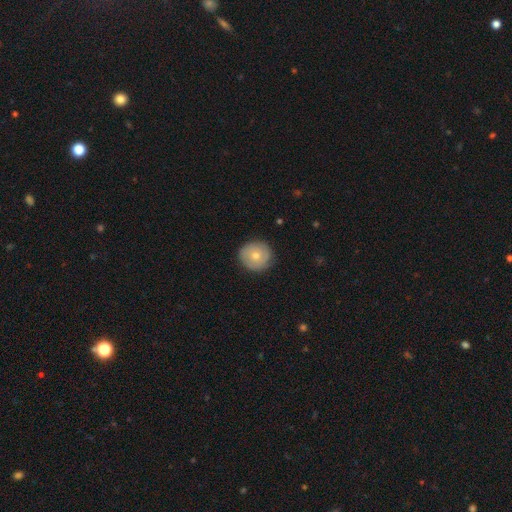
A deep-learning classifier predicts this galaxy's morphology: A smooth galaxy with no disk features (68%) that is round (92%).

Vote fractions:
- Smooth or featured? smooth: 68% / featured or disk: 24% / star or artifact: 7%
- How rounded? round: 92% / in between: 7% / cigar-shaped: 1%
- Merging? none: 86% / minor disturbance: 11% / major disturbance: 2% / merger: 1%